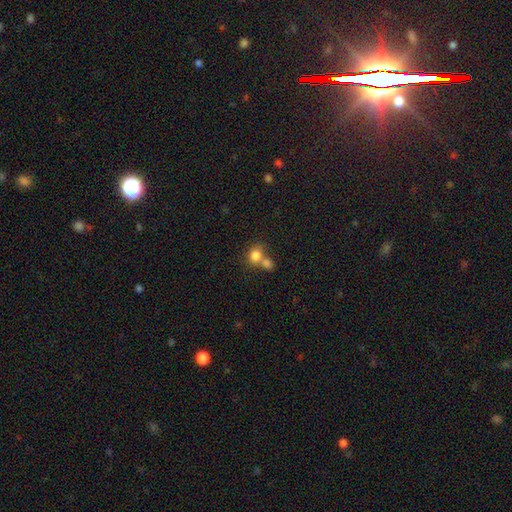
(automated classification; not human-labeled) Q: Smooth or featured?
A: smooth (81%); runner-up: star or artifact (10%)
Q: How rounded?
A: round (52%); runner-up: in between (47%)
Q: Merging?
A: merger (51%); runner-up: none (36%)